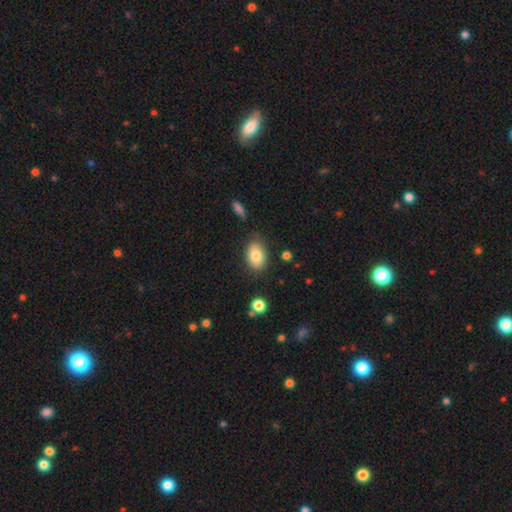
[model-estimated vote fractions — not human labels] Q: Smooth or featured?
A: smooth (81%); runner-up: featured or disk (12%)
Q: How rounded?
A: in between (86%); runner-up: round (13%)
Q: Merging?
A: none (78%); runner-up: minor disturbance (16%)